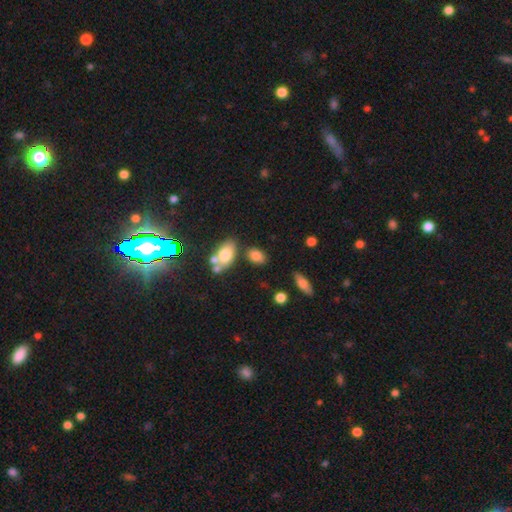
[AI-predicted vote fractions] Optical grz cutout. It shows a smooth galaxy with no disk features (81%) that is in between round and cigar-shaped (84%). Merging: none (65%).